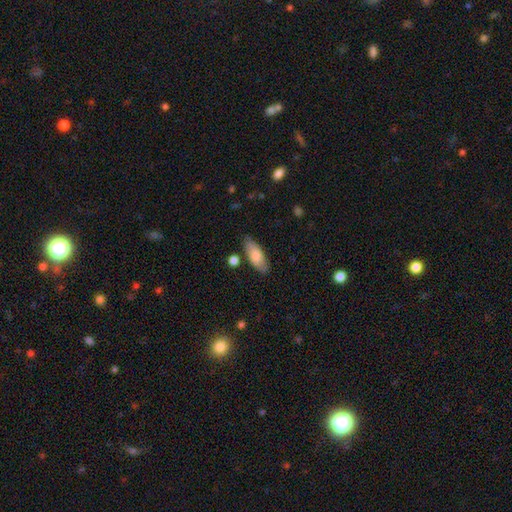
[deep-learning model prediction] smooth 78%, featured or disk 16%, star or artifact 6%. Down the decision tree: how rounded — in between (78%); merging — none (80%).